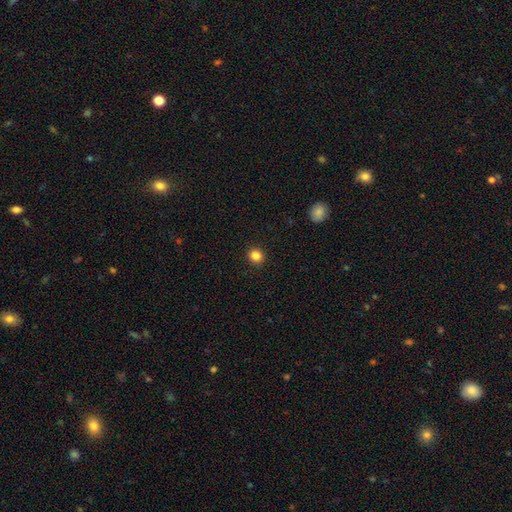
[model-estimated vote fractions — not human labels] Overall: smooth (85%). How rounded: round (84%). Merging: none (92%).